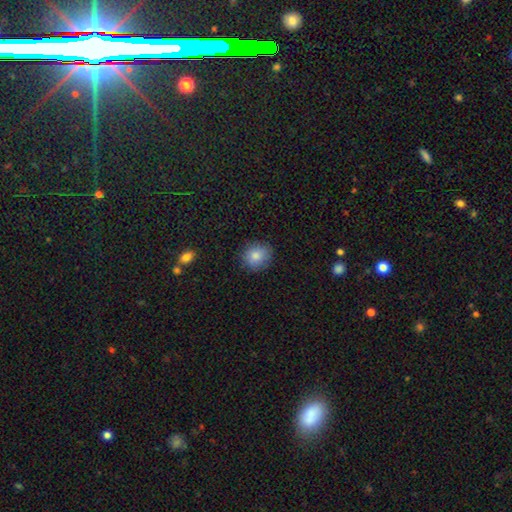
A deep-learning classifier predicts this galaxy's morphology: Q: Smooth or featured?
A: smooth (83%); runner-up: star or artifact (9%)
Q: How rounded?
A: round (81%); runner-up: in between (18%)
Q: Merging?
A: none (85%); runner-up: minor disturbance (12%)